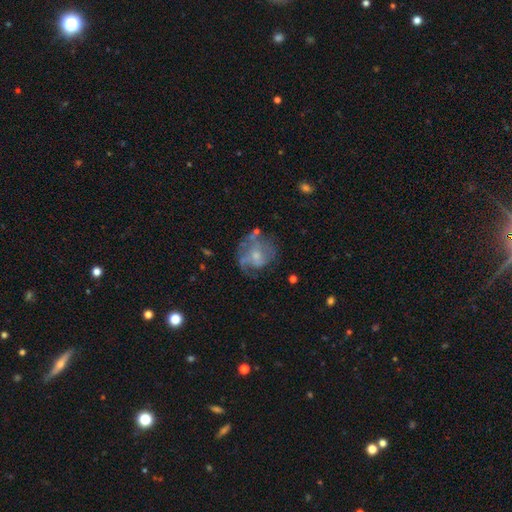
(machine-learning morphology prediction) A featured or disk galaxy (58%) with no bar (74%), spiral arms (51%) and a small central bulge (43%).

Vote fractions:
- Smooth or featured? featured or disk: 58% / smooth: 33% / star or artifact: 9%
- Edge-on disk? no: 98% / yes: 2%
- Bar? no: 74% / weak: 22% / strong: 3%
- Spiral arms? yes: 51% / no: 49%
- Bulge size? small: 43% / moderate: 41% / none: 10% / large: 4% / dominant: 1%
- Merging? none: 45% / major disturbance: 27% / minor disturbance: 23% / merger: 5%